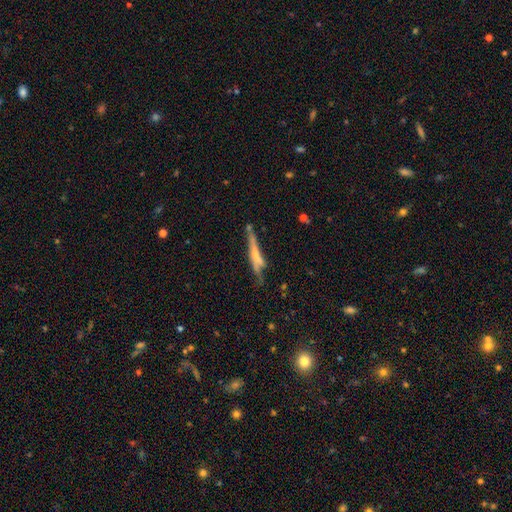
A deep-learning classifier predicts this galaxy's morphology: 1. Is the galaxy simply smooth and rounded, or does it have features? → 54% featured or disk, 39% smooth, 7% star or artifact.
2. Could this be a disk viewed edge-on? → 90% yes, 10% no.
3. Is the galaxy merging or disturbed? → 56% none, 26% minor disturbance, 9% major disturbance, 9% merger.